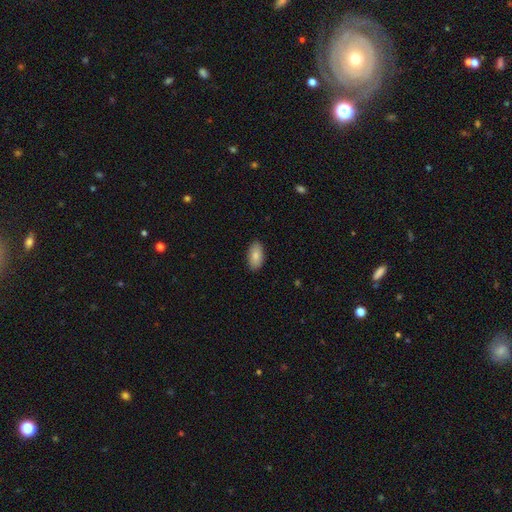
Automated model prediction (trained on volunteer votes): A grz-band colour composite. It shows a smooth galaxy with no disk features (84%) that is in between round and cigar-shaped (94%). Merging: none (88%).